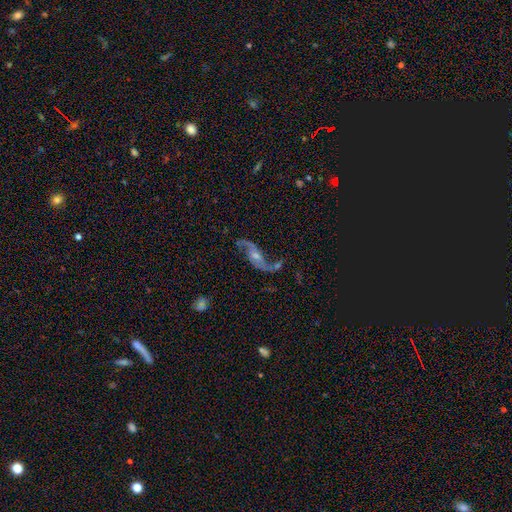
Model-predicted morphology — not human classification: featured or disk 88%, star or artifact 7%, smooth 5%. Down the decision tree: edge-on disk — no (93%); bar — no (53%); spiral arms — yes (96%); spiral arm count — 2 (93%); spiral winding — loose (78%); bulge size — moderate (47%); merging — none (69%).